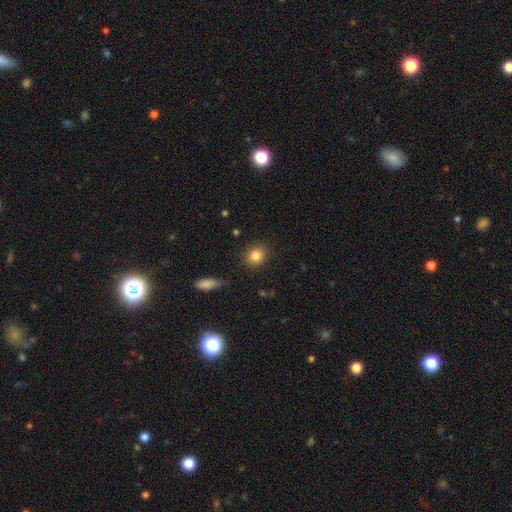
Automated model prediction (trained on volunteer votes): This appears to be a smooth galaxy with no disk features (84%) that is round (77%). Merging: none (87%).